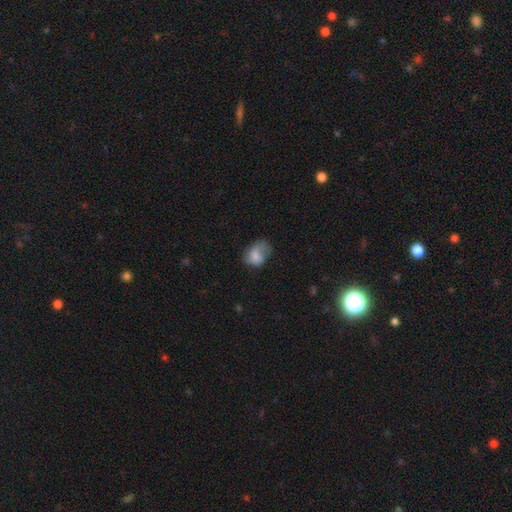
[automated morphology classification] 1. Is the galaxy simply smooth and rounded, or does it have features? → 67% smooth, 24% featured or disk, 9% star or artifact.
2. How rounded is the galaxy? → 72% in between, 26% round, 1% cigar-shaped.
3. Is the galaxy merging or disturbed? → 35% none (tied), 35% minor disturbance (tied), 27% major disturbance, 3% merger.